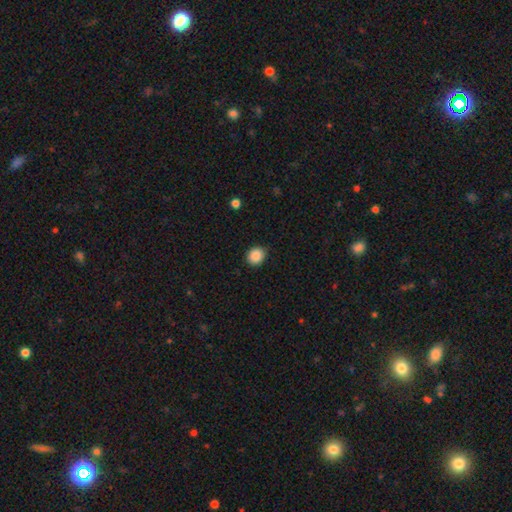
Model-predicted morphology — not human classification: Overall: smooth (88%). How rounded: round (78%). Merging: none (87%).